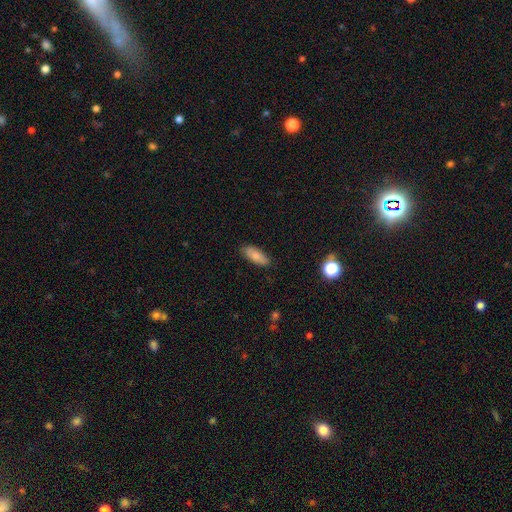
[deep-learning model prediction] Smooth or featured? Predicted: smooth (p=0.79). How rounded? Predicted: in between (p=0.76). Merging? Predicted: none (p=0.85).